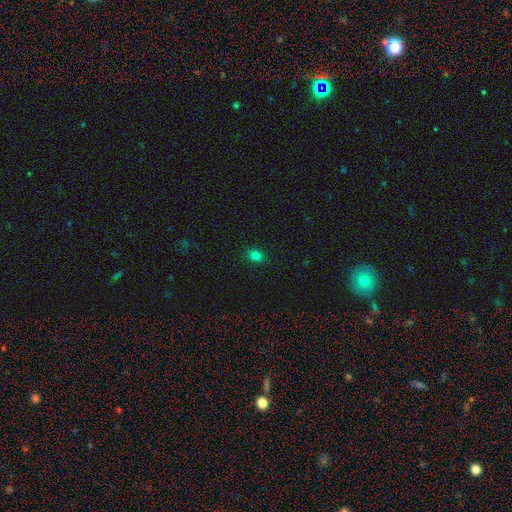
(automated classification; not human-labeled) Q: Smooth or featured?
A: smooth (80%); runner-up: star or artifact (15%)
Q: How rounded?
A: in between (53%); runner-up: round (46%)
Q: Merging?
A: none (89%); runner-up: minor disturbance (8%)